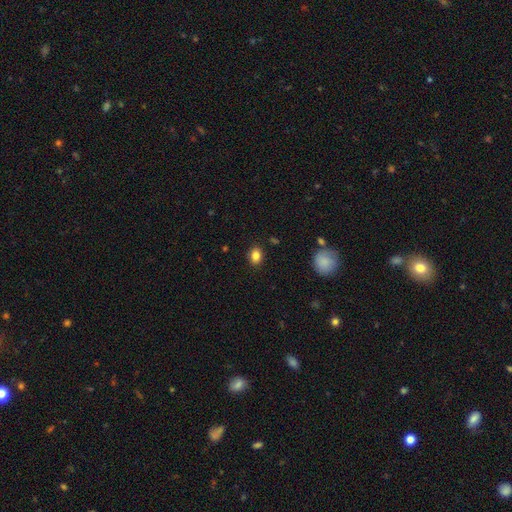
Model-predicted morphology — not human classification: The model was most divided on "how rounded": in between: 68%, round: 31%, cigar-shaped: 1%. More confident: merging — none (87%); smooth or featured — smooth (85%).